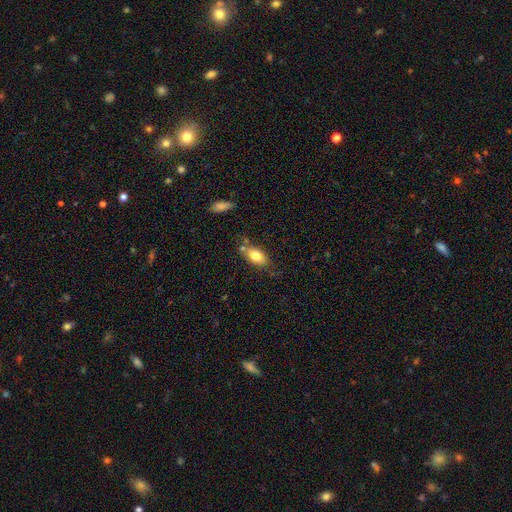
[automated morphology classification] smooth_or_featured: smooth (p=0.77) [alt: featured or disk p=0.15]
how_rounded: in between (p=0.88) [alt: round p=0.07]
merging: none (p=0.66) [alt: minor disturbance p=0.18]